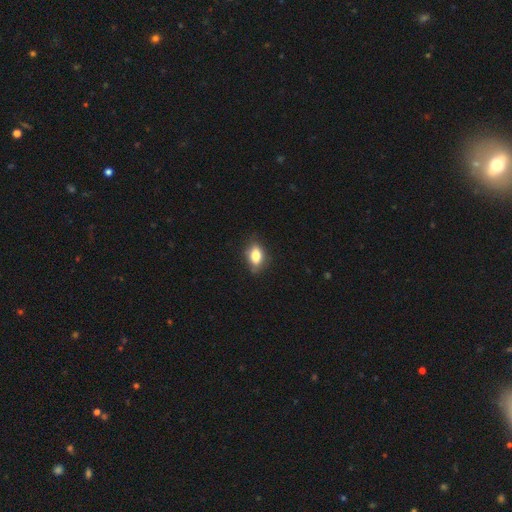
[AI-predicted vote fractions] A smooth galaxy with no disk features (80%) that is in between round and cigar-shaped (85%).

Vote fractions:
- Smooth or featured? smooth: 80% / featured or disk: 12% / star or artifact: 8%
- How rounded? in between: 85% / round: 11% / cigar-shaped: 4%
- Merging? none: 75% / minor disturbance: 20% / major disturbance: 4% / merger: 1%